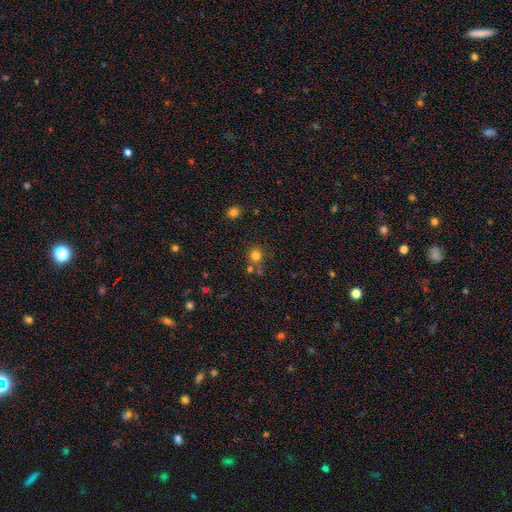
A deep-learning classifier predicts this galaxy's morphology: The model was most divided on "merging": none: 70%, merger: 17%, minor disturbance: 10%, major disturbance: 4%. More confident: how rounded — round (90%); smooth or featured — smooth (78%).